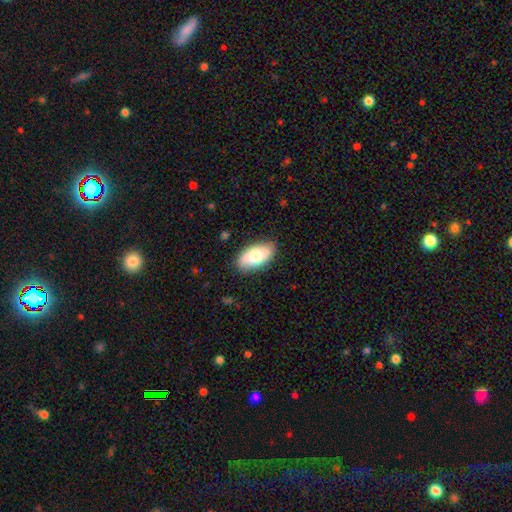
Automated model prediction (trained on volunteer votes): Smooth or featured: smooth — 67% (featured or disk — 27%)
How rounded: in between — 94% (round — 3%)
Merging: none — 85% (minor disturbance — 12%)